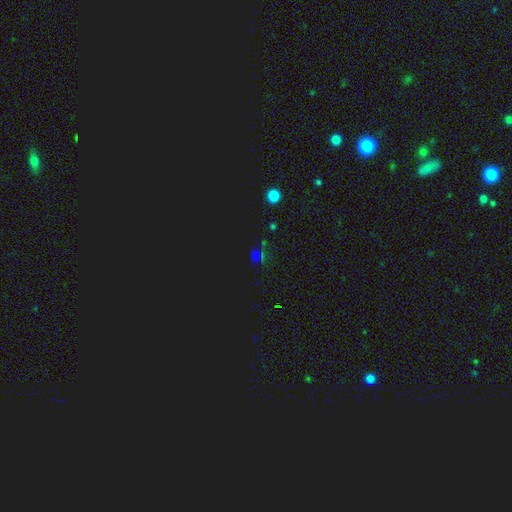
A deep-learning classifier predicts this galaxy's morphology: A star or artifact, not a galaxy (66%).